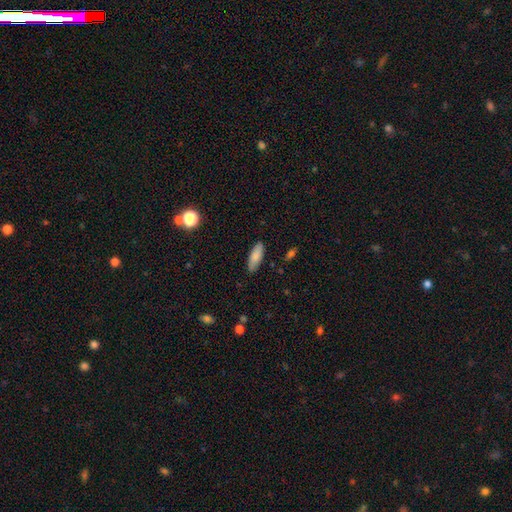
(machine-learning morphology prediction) smooth-or-featured: smooth: 83% | featured or disk: 10% | star or artifact: 7%
  how-rounded: in between: 66% | cigar-shaped: 32% | round: 2%
  merging: none: 86% | minor disturbance: 11% | major disturbance: 2% | merger: 1%